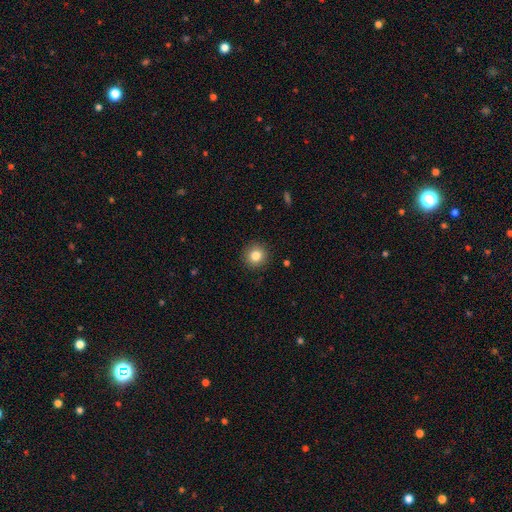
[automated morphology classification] Smooth or featured? Predicted: smooth (p=0.83). How rounded? Predicted: round (p=0.93). Merging? Predicted: none (p=0.92).